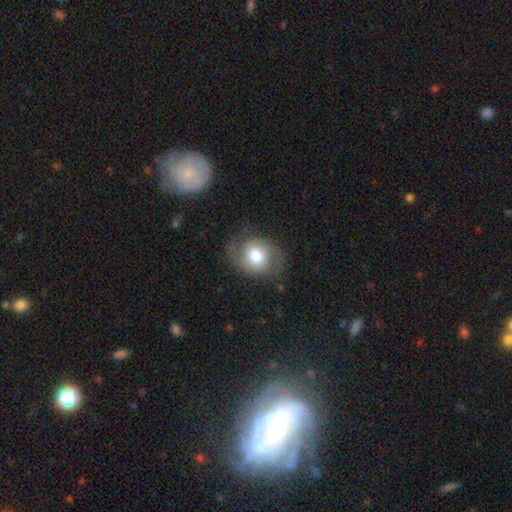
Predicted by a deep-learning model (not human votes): A featured or disk galaxy (46%, tied with smooth). Merging: none (69%).